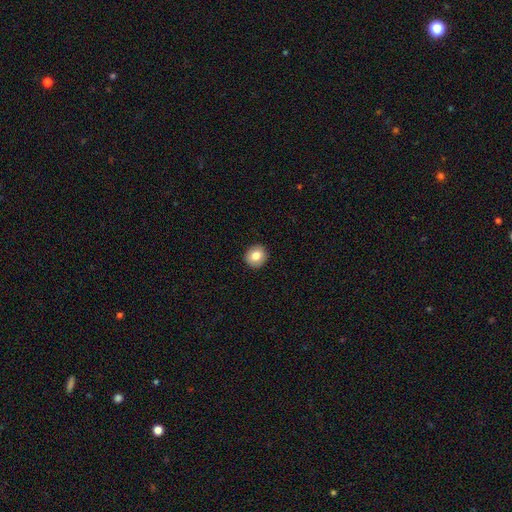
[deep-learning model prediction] Morphology: type=smooth (81%); roundness=round (85%); merging=none (92%).